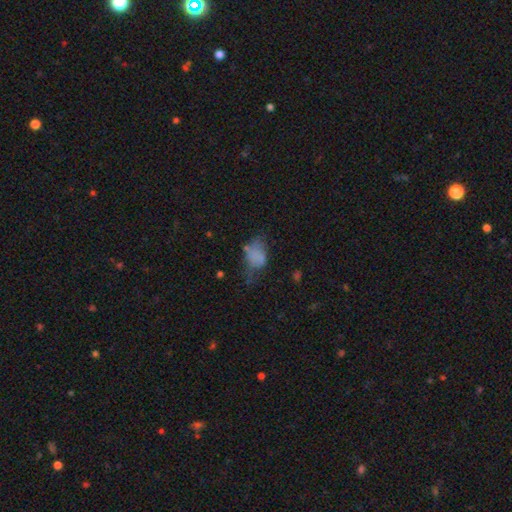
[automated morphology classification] This is likely a smooth galaxy (68%). How rounded: clearly in between (81%). Merging: marginally major disturbance (33%, tied with minor disturbance).